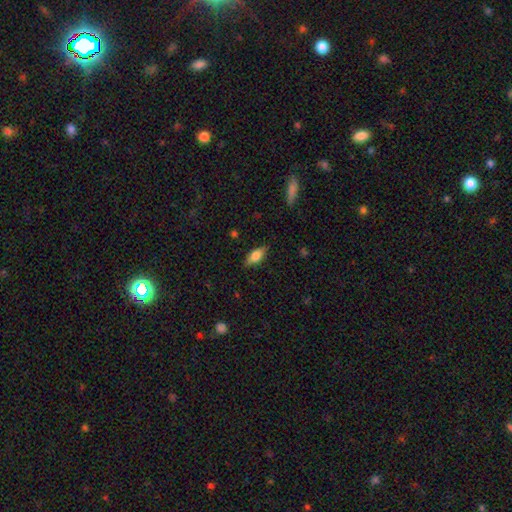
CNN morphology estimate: Q: Smooth or featured?
A: smooth (68%); runner-up: featured or disk (25%)
Q: How rounded?
A: in between (78%); runner-up: cigar-shaped (19%)
Q: Merging?
A: none (84%); runner-up: minor disturbance (12%)